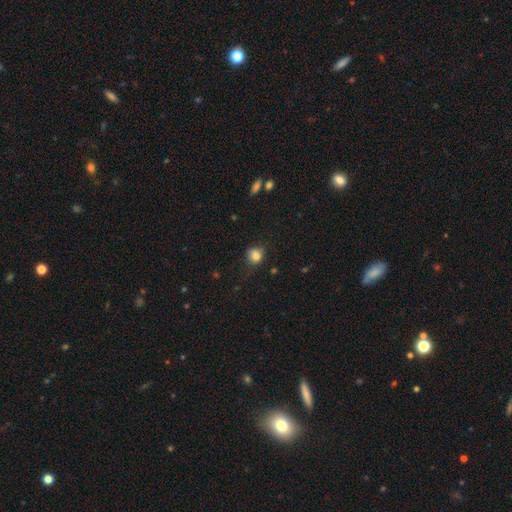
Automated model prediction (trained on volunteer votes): Overall: smooth (81%). How rounded: round (79%). Merging: none (71%).